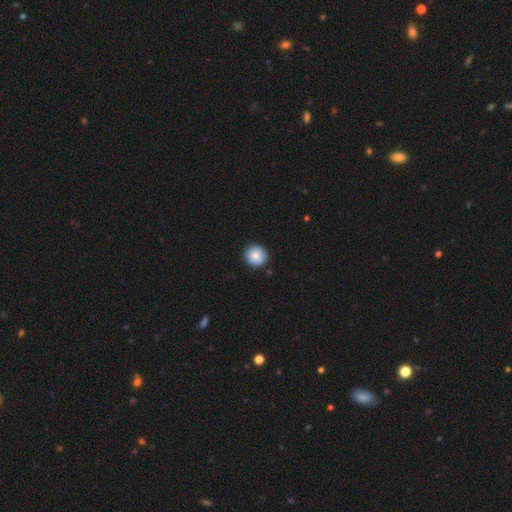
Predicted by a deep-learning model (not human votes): smooth-or-featured: smooth: 84% | featured or disk: 8% | star or artifact: 8%
  how-rounded: round: 94% | in between: 5% | cigar-shaped: 1%
  merging: none: 89% | minor disturbance: 8% | major disturbance: 2% | merger: 1%